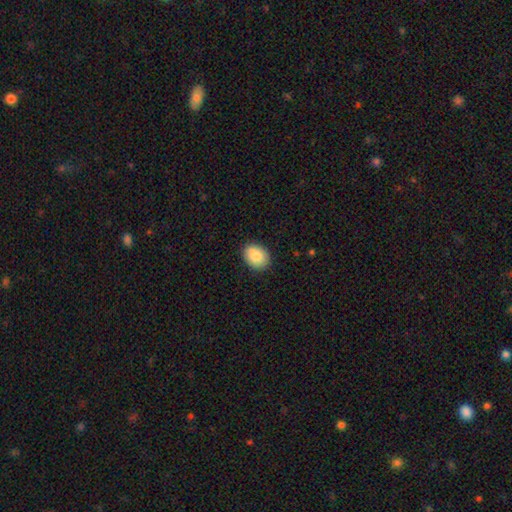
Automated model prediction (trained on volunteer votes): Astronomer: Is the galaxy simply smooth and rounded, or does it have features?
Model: smooth — 85%.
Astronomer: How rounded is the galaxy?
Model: in between — 62% (runner-up: round, 38%).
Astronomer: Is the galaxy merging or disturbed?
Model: none — 81%.